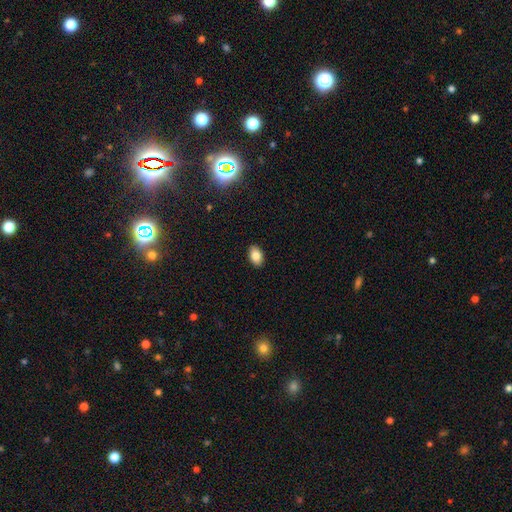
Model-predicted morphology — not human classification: Smooth or featured: smooth — 84% (star or artifact — 8%)
How rounded: in between — 90% (round — 9%)
Merging: none — 90% (minor disturbance — 7%)